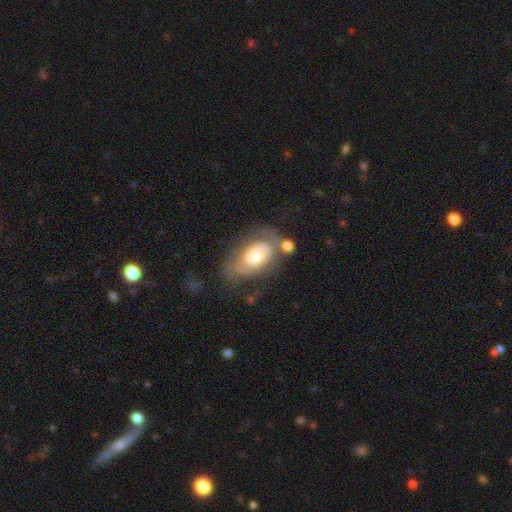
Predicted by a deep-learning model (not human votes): Overall: featured or disk (54%; smooth 39%). Edge-on disk: no (93%). Bar: no (82%). Spiral arms: yes (56%; no 44%). Bulge size: moderate (53%; large 29%). Merging: none (49%; minor disturbance 24%).